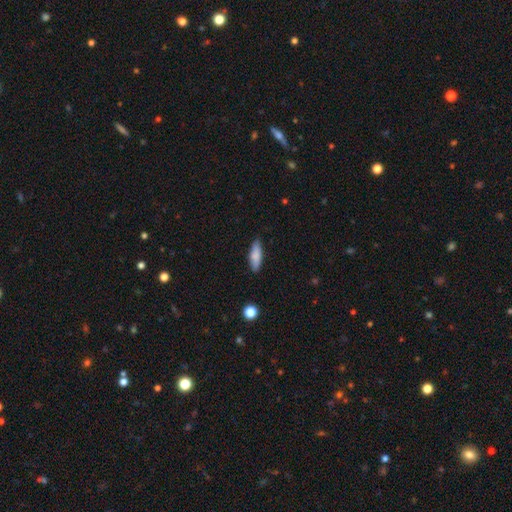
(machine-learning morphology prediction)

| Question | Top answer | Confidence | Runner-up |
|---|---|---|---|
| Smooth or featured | smooth | 82% | featured or disk (11%) |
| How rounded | in between | 52% | cigar-shaped (46%) |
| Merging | none | 85% | minor disturbance (12%) |